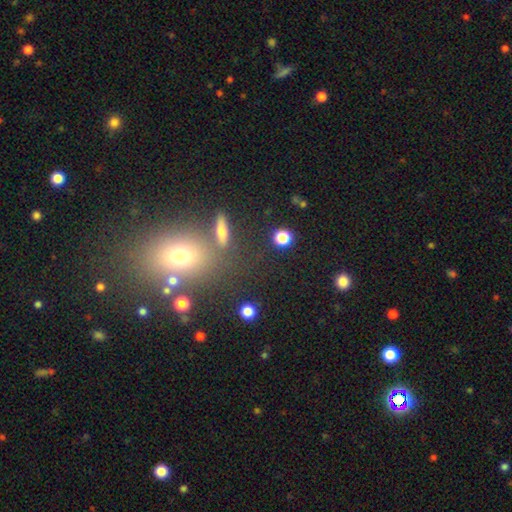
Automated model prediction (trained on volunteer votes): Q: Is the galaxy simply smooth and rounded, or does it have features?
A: smooth — 51%.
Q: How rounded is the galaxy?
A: in between — 58%.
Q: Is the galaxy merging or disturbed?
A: none — 69%.